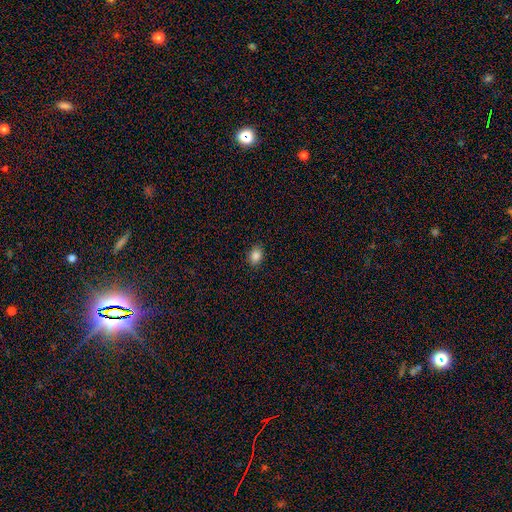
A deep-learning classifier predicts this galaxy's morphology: smooth_or_featured: smooth (p=0.86) [alt: star or artifact p=0.10]
how_rounded: in between (p=0.74) [alt: round p=0.25]
merging: none (p=0.89) [alt: minor disturbance p=0.09]